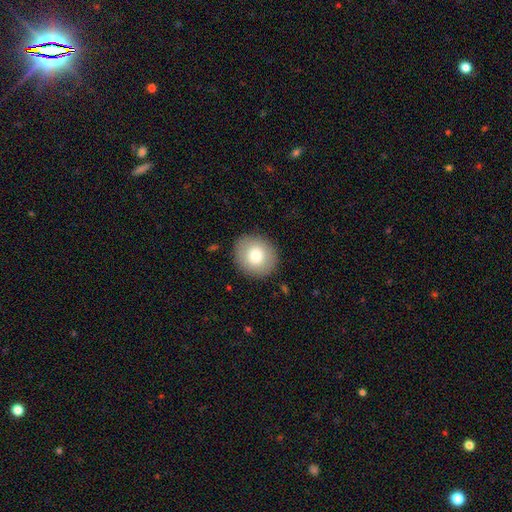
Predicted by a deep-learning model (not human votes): smooth 77%, featured or disk 14%, star or artifact 8%. Down the decision tree: how rounded — round (82%); merging — none (89%).